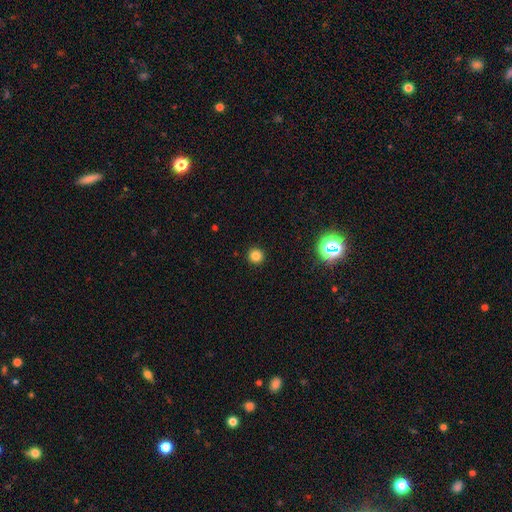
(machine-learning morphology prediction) type=smooth (80%); roundness=round (94%); merging=none (92%).